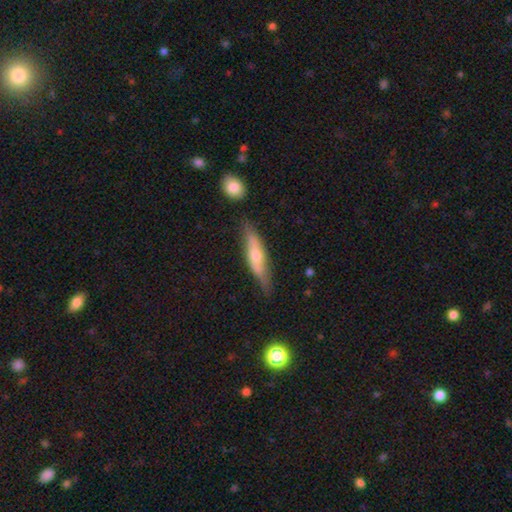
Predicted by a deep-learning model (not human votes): featured or disk 49%, smooth 46%, star or artifact 6%. Down the decision tree: merging — none (73%).